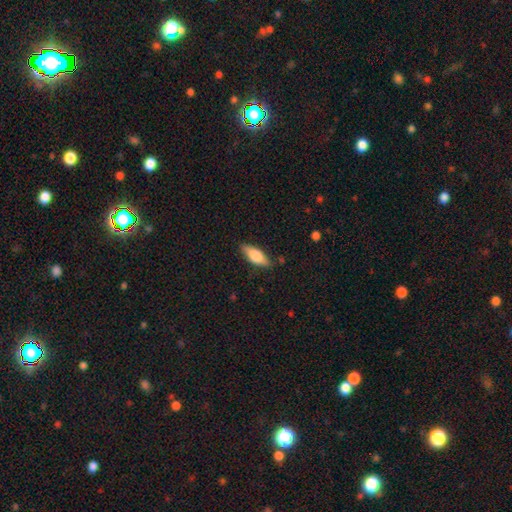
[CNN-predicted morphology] Smooth or featured? Predicted: smooth (p=0.72). How rounded? Predicted: in between (p=0.69). Merging? Predicted: none (p=0.83).